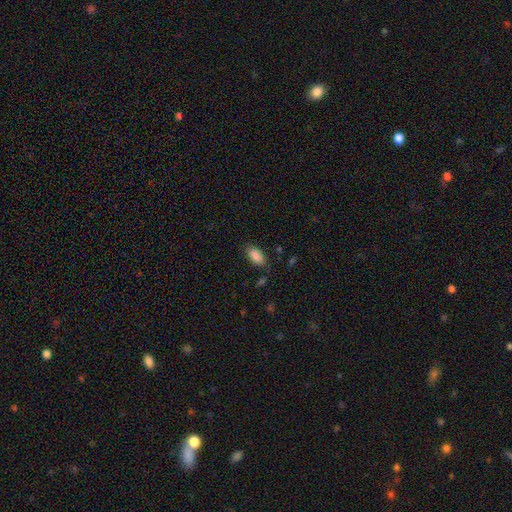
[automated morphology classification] type=smooth (88%); roundness=in between (92%); merging=none (79%).